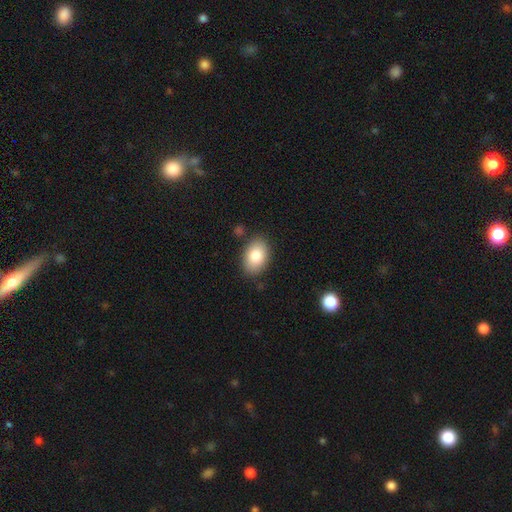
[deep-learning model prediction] Smooth or featured?
  - smooth: 83% *
  - featured or disk: 10%
  - star or artifact: 7%
How rounded?
  - in between: 86% *
  - round: 13%
  - cigar-shaped: 1%
Merging?
  - none: 84% *
  - minor disturbance: 11%
  - major disturbance: 3%
  - merger: 2%